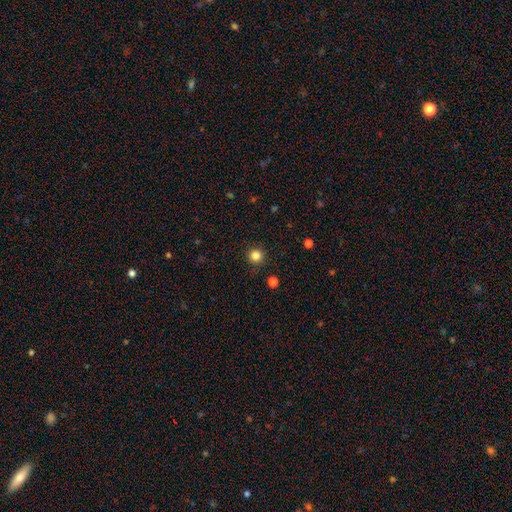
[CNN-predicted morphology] Q: Smooth or featured?
A: smooth (83%); runner-up: star or artifact (13%)
Q: How rounded?
A: round (95%); runner-up: in between (4%)
Q: Merging?
A: none (91%); runner-up: minor disturbance (6%)